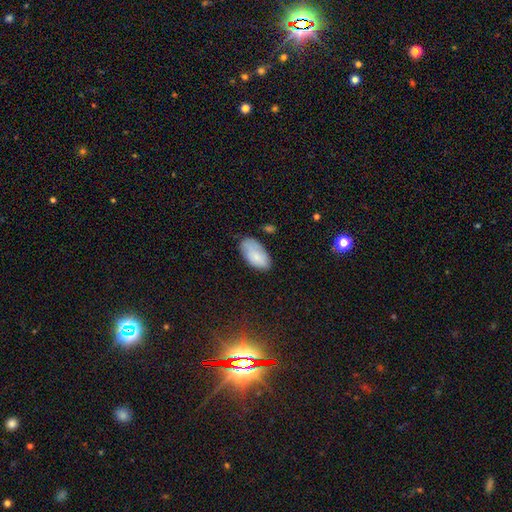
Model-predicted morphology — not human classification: The model was most divided on "merging": none: 65%, minor disturbance: 26%, major disturbance: 6%, merger: 3%. More confident: how rounded — in between (95%); smooth or featured — smooth (81%).